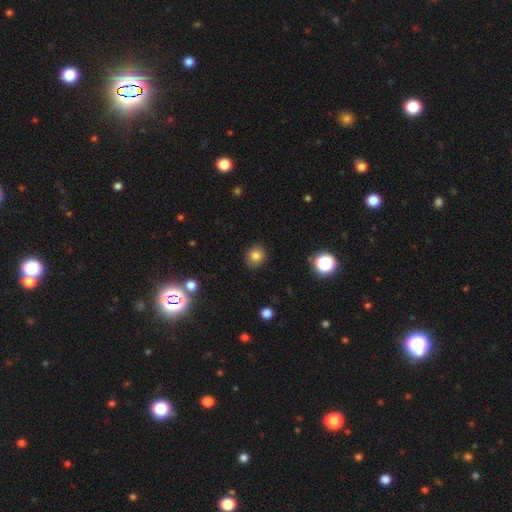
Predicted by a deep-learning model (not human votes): A smooth galaxy with no disk features (81%) that is round (81%). Merging: none (89%).